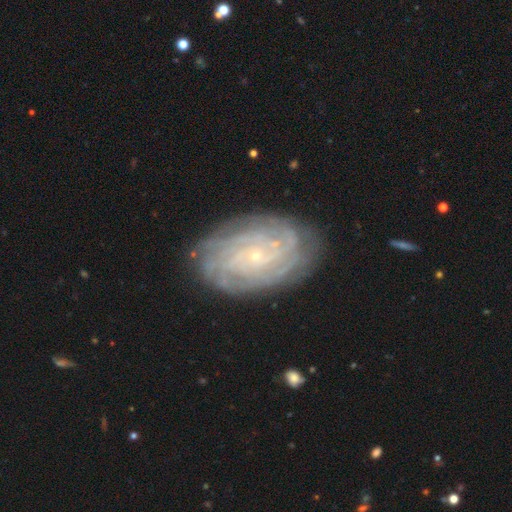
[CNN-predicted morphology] This appears to be a featured or disk galaxy (86%) with no bar (75%), tight (82%) spiral arms (97%) and a small central bulge (88%). Merging: none (82%).